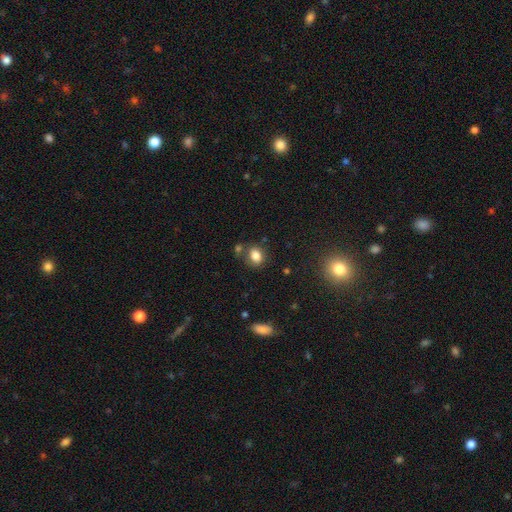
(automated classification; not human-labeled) Smooth or featured: smooth — 83% (star or artifact — 10%)
How rounded: in between — 63% (round — 36%)
Merging: none — 71% (minor disturbance — 14%)